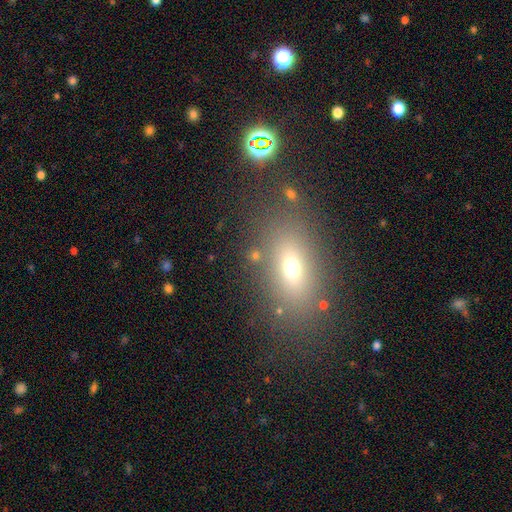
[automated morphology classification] The model was most divided on "smooth or featured": smooth: 63%, star or artifact: 21%, featured or disk: 17%. More confident: merging — none (77%); how rounded — in between (70%).